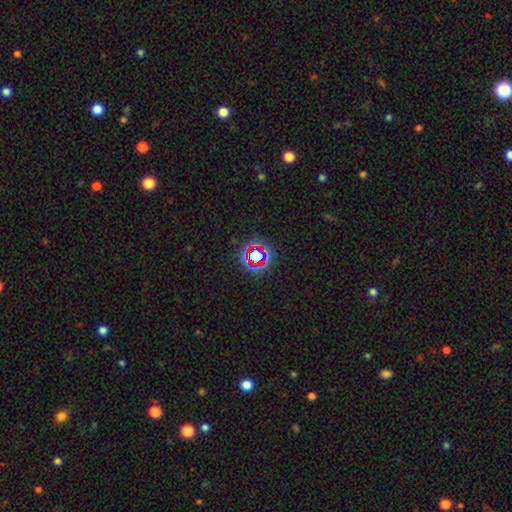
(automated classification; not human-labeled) Morphology: type=star or artifact (70%).